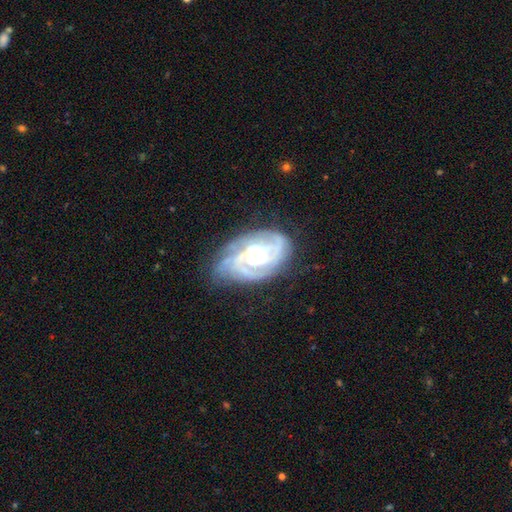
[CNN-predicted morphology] Smooth or featured?
  - featured or disk: 89% *
  - smooth: 6%
  - star or artifact: 5%
Edge-on disk?
  - no: 97% *
  - yes: 3%
Bar?
  - no: 63% *
  - weak: 28%
  - strong: 8%
Spiral arms?
  - yes: 97% *
  - no: 3%
Spiral winding?
  - tight: 64% *
  - medium: 31%
  - loose: 5%
Spiral arm count?
  - 3: 39% *
  - 2: 23%
  - can't tell: 17%
  - 4: 11%
  - more than 4: 5%
  - 1: 5%
Bulge size?
  - moderate: 67% *
  - small: 16%
  - large: 14%
  - none: 1%
  - dominant: 1%
Merging?
  - none: 69% *
  - minor disturbance: 21%
  - major disturbance: 9%
  - merger: 1%